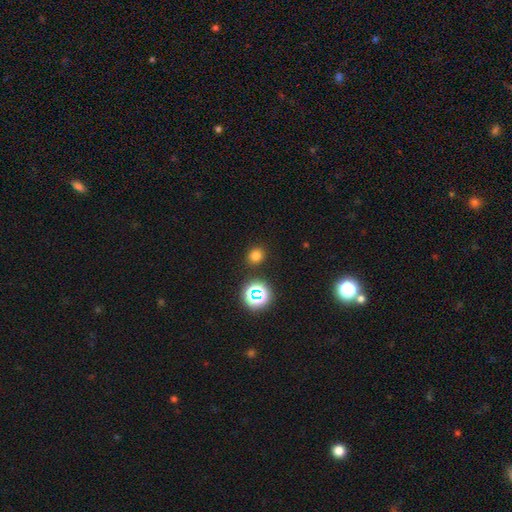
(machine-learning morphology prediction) smooth 74%, star or artifact 21%, featured or disk 5%. Down the decision tree: how rounded — round (80%); merging — none (88%).